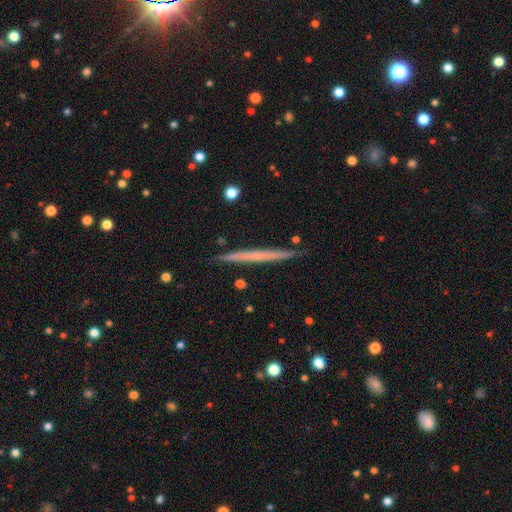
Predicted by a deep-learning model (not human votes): featured or disk 52%, smooth 41%, star or artifact 6%. Down the decision tree: edge-on disk — yes (98%); edge-on bulge — none (88%); merging — none (91%).